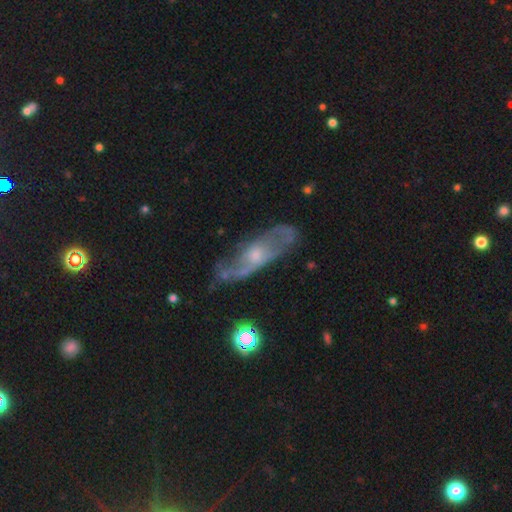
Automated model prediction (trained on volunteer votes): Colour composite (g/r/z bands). It shows a featured or disk galaxy (70%) with no bar (68%), spiral arms (73%) and a small central bulge (46%). Merging: none (54%).